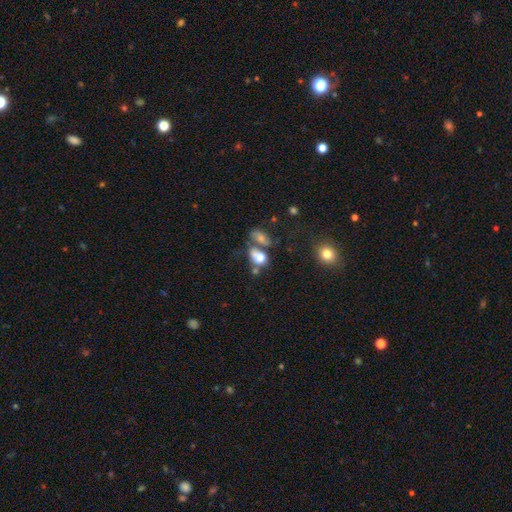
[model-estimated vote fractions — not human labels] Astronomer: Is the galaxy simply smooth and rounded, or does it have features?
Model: smooth — 49% (runner-up: featured or disk, 29%).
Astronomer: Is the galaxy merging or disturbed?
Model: merger — 43% (runner-up: none, 37%).